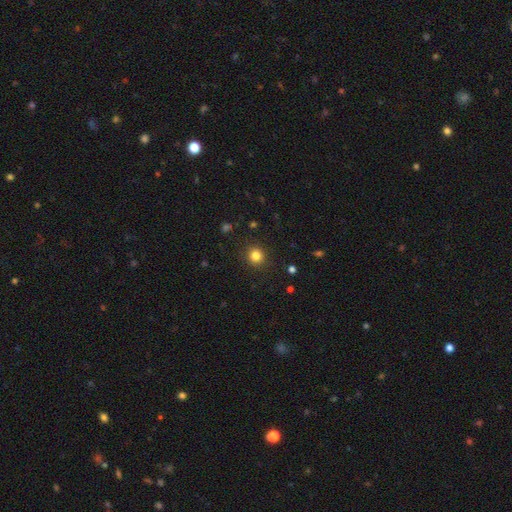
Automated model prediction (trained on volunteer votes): A smooth galaxy with no disk features (82%) that is round (92%).

Vote fractions:
- Smooth or featured? smooth: 82% / star or artifact: 13% / featured or disk: 5%
- How rounded? round: 92% / in between: 7% / cigar-shaped: 1%
- Merging? none: 90% / minor disturbance: 6% / major disturbance: 2% / merger: 1%